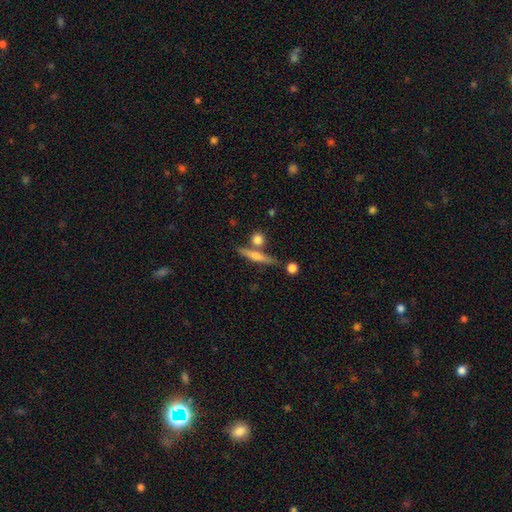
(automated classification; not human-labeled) A featured or disk galaxy (51%) viewed edge-on (95%). Merging: none (74%).